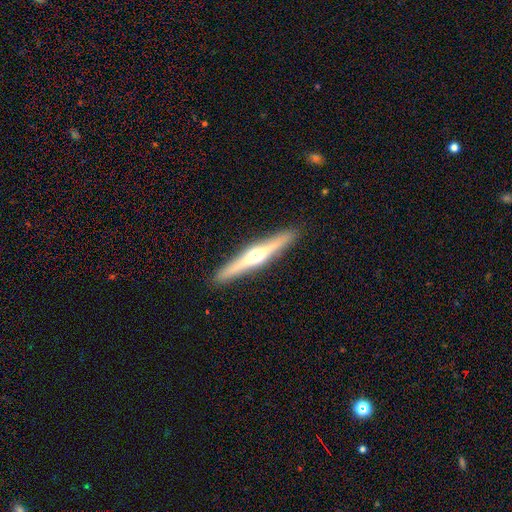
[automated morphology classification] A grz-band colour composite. It shows a featured or disk galaxy (72%) viewed edge-on (97%) with a rounded central bulge (93%). Merging: none (92%).